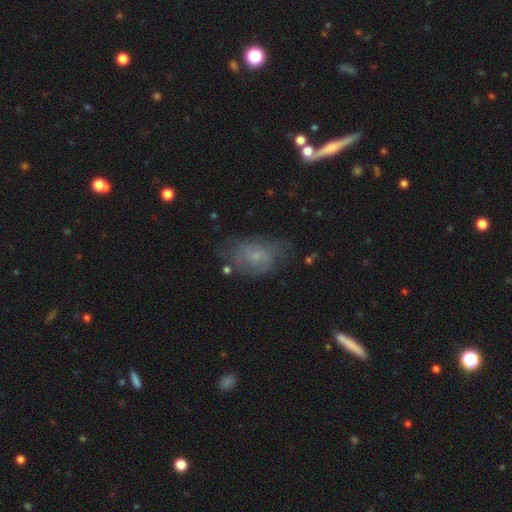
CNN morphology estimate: This is possibly a smooth galaxy (51%). How rounded: likely in between (79%). Merging: possibly none (53%).